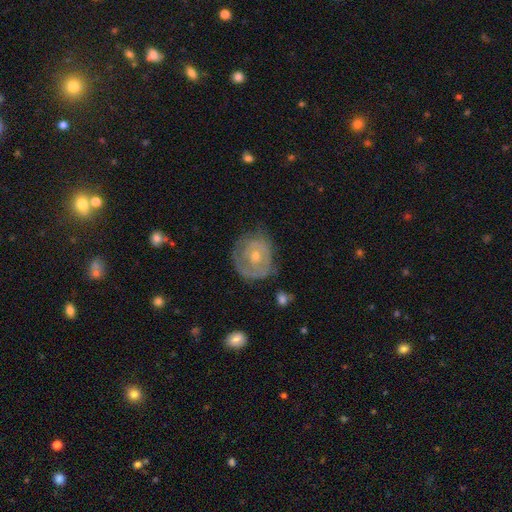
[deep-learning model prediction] smooth_or_featured: featured or disk (p=0.69) [alt: smooth p=0.23]
disk_edge_on: no (p=0.97) [alt: yes p=0.03]
bar: no (p=0.78) [alt: weak p=0.19]
has_spiral_arms: yes (p=0.67) [alt: no p=0.33]
bulge_size: moderate (p=0.51) [alt: small p=0.45]
merging: none (p=0.65) [alt: minor disturbance p=0.23]